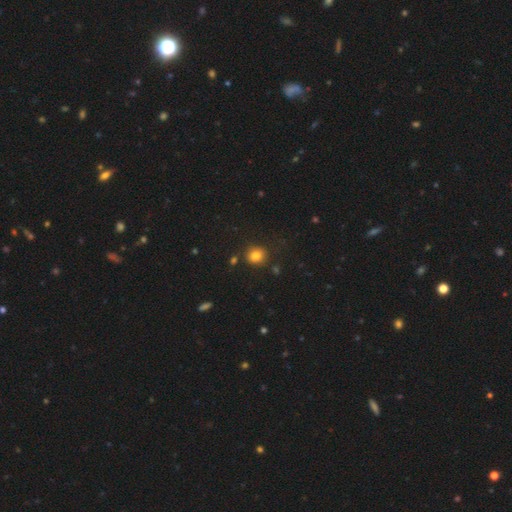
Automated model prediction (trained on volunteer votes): Overall: smooth (81%). How rounded: round (85%). Merging: none (85%).